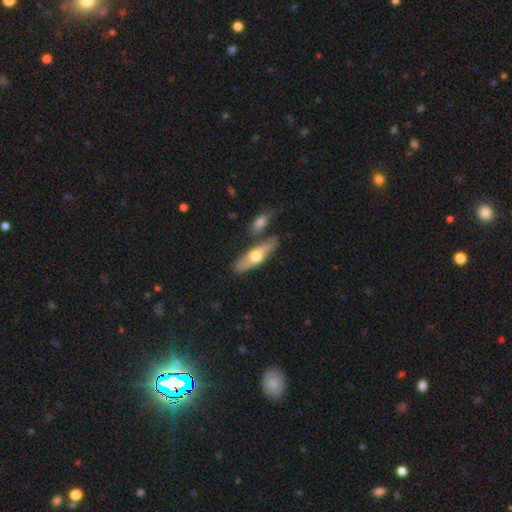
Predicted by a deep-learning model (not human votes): Morphology: type=featured or disk (51%); edge-on=yes (77%); merging=none (73%).